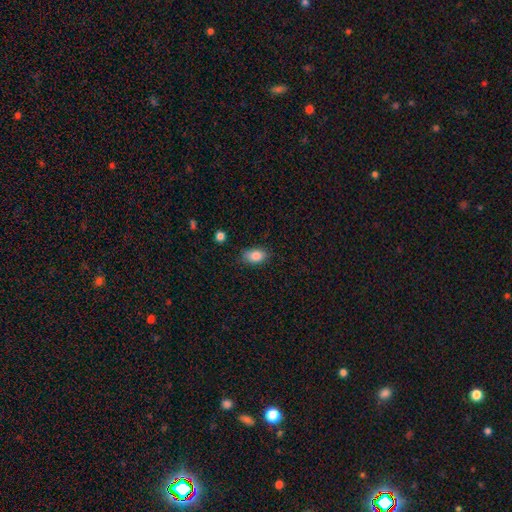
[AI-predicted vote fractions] Smooth or featured?
  - smooth: 85% *
  - star or artifact: 8%
  - featured or disk: 7%
How rounded?
  - in between: 87% *
  - round: 11%
  - cigar-shaped: 2%
Merging?
  - none: 79% *
  - minor disturbance: 16%
  - major disturbance: 3%
  - merger: 2%